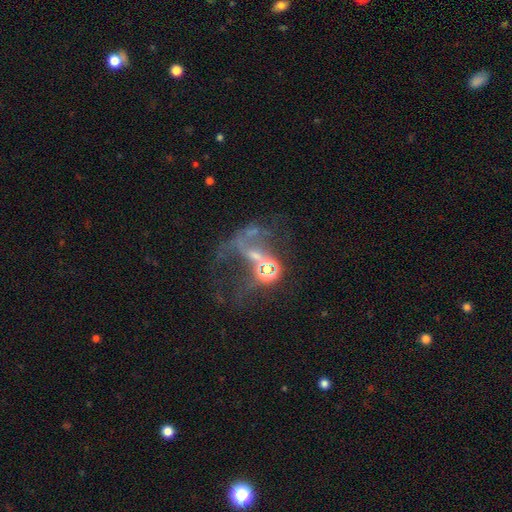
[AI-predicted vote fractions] Smooth or featured? featured or disk (47%)
Merging? merger (38%)